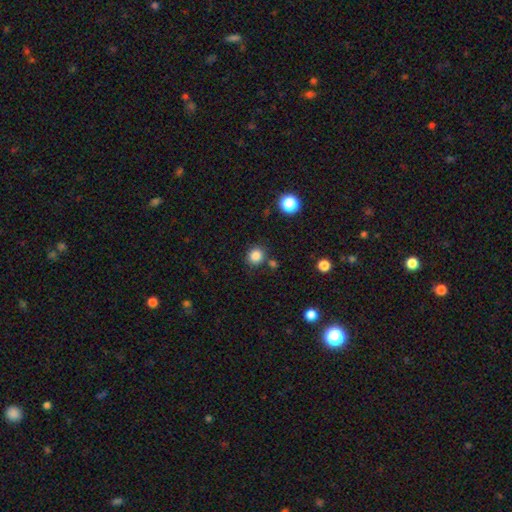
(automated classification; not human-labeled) smooth_or_featured: smooth (p=0.85) [alt: star or artifact p=0.11]
how_rounded: round (p=0.87) [alt: in between p=0.12]
merging: none (p=0.82) [alt: minor disturbance p=0.09]